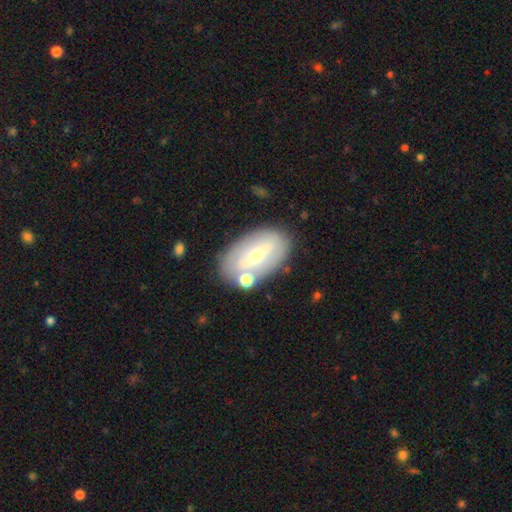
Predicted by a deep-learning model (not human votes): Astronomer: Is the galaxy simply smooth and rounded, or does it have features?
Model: featured or disk — 53% (runner-up: smooth, 40%).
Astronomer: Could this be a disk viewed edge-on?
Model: no — 87%.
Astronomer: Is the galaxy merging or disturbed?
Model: none — 74%.